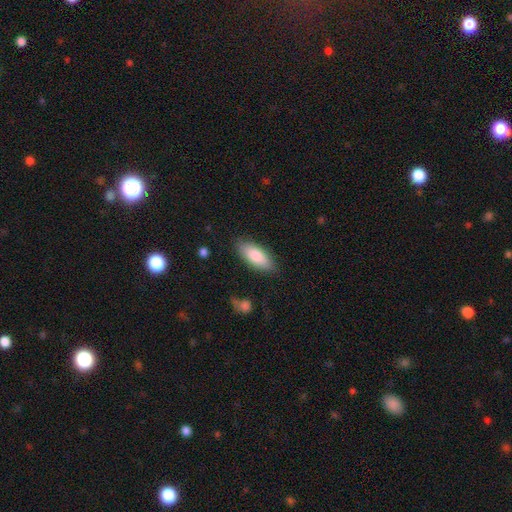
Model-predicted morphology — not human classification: Q: Smooth or featured?
A: smooth (81%); runner-up: featured or disk (13%)
Q: How rounded?
A: in between (80%); runner-up: cigar-shaped (18%)
Q: Merging?
A: none (84%); runner-up: minor disturbance (12%)